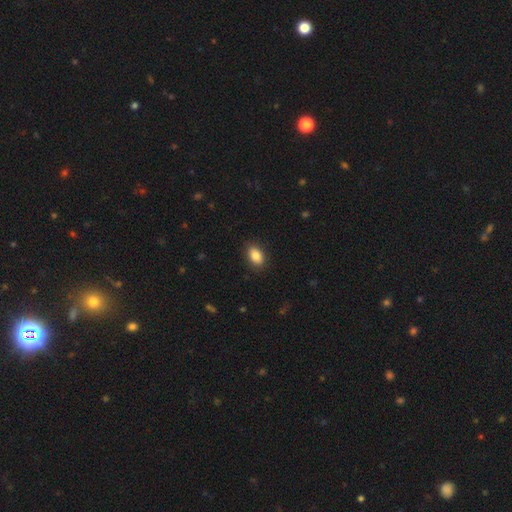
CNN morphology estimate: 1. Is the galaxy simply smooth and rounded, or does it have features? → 86% smooth, 8% star or artifact, 6% featured or disk.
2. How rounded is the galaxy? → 87% in between, 12% round, 1% cigar-shaped.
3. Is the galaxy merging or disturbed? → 87% none, 10% minor disturbance, 2% major disturbance, 1% merger.